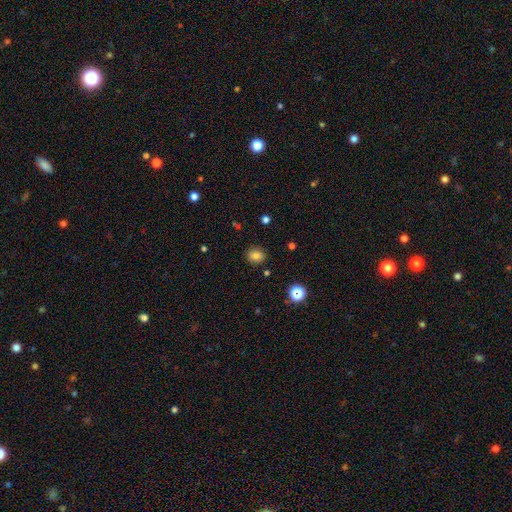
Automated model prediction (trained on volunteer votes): This is likely a smooth galaxy (79%). How rounded: possibly round (59%). Merging: clearly none (87%).